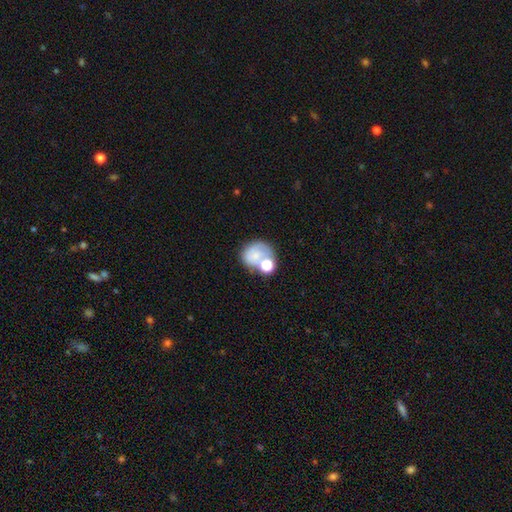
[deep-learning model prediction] Smooth or featured? Predicted: smooth (p=0.59). How rounded? Predicted: round (p=0.62). Merging? Predicted: merger (p=0.36, tied with none).